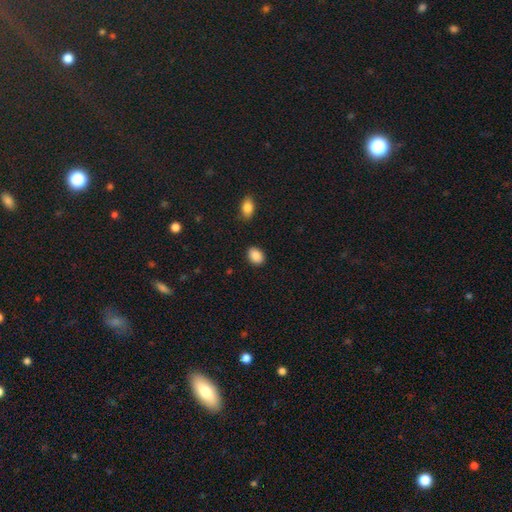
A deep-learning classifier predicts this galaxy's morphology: Smooth or featured? smooth (89%)
How rounded? in between (74%)
Merging? none (86%)